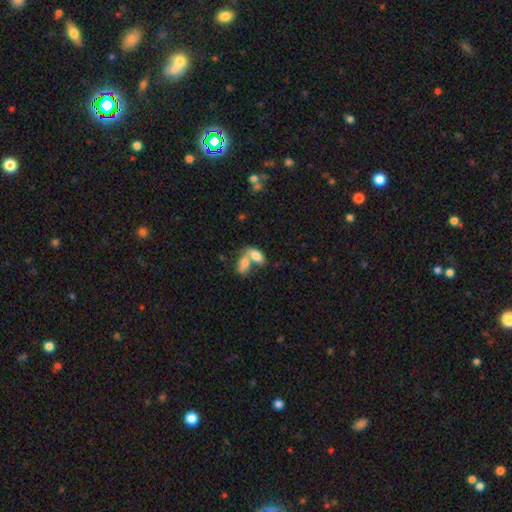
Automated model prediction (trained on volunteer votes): A smooth galaxy with no disk features (76%) that is in between round and cigar-shaped (89%).

Vote fractions:
- Smooth or featured? smooth: 76% / featured or disk: 17% / star or artifact: 7%
- How rounded? in between: 89% / cigar-shaped: 6% / round: 5%
- Merging? merger: 69% / none: 21% / minor disturbance: 6% / major disturbance: 4%